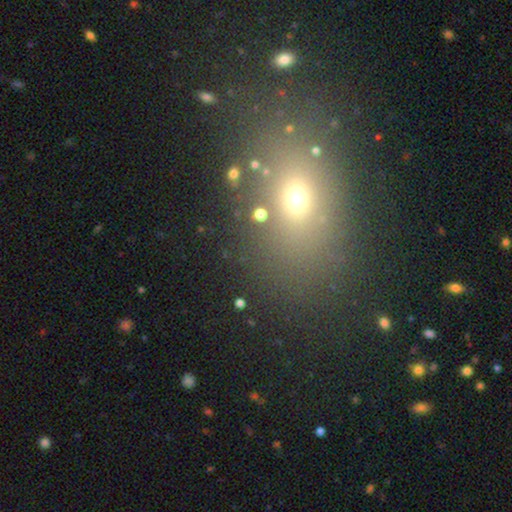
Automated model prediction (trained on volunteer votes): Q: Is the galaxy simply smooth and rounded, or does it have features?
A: smooth — 58%.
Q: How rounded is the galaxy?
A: in between — 67%.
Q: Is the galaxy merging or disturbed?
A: none — 80%.